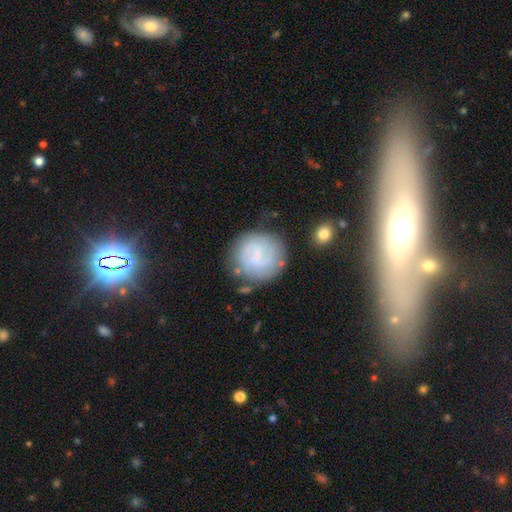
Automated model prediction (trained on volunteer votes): Smooth or featured: featured or disk — 55% (smooth — 37%)
Edge-on disk: no — 98% (yes — 2%)
Bar: weak — 56% (no — 33%)
Spiral arms: yes — 80% (no — 20%)
Bulge size: small — 67% (none — 17%)
Merging: none — 74% (minor disturbance — 15%)